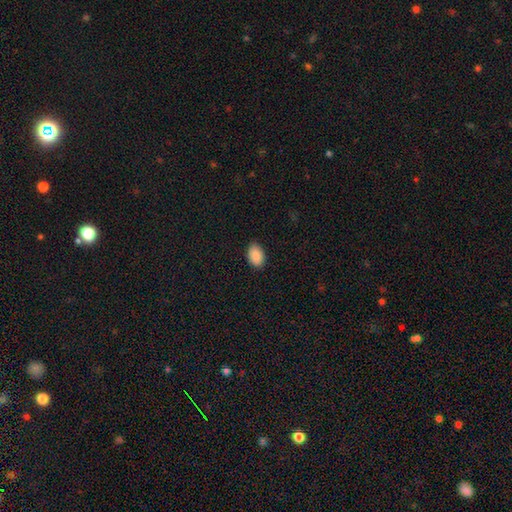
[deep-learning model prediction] Smooth or featured? Predicted: smooth (p=0.90). How rounded? Predicted: in between (p=0.89). Merging? Predicted: none (p=0.86).